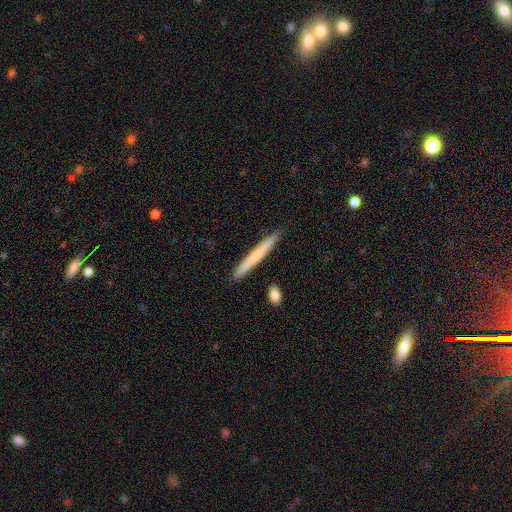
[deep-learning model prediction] Smooth or featured: smooth — 62% (featured or disk — 33%)
How rounded: cigar-shaped — 97% (in between — 2%)
Merging: none — 91% (minor disturbance — 6%)